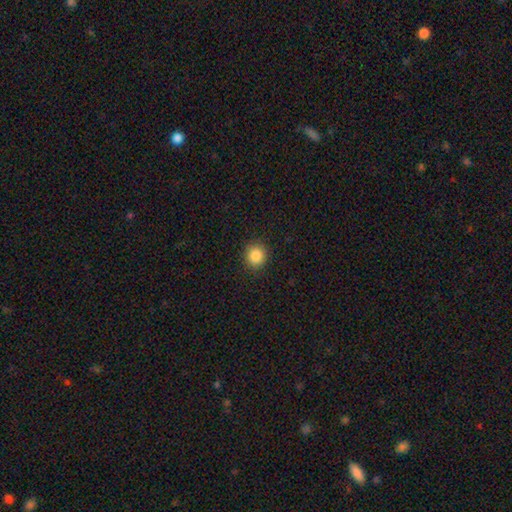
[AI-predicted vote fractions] A smooth galaxy with no disk features (86%) that is round (87%).

Vote fractions:
- Smooth or featured? smooth: 86% / star or artifact: 10% / featured or disk: 4%
- How rounded? round: 87% / in between: 12% / cigar-shaped: 1%
- Merging? none: 90% / minor disturbance: 7% / major disturbance: 2% / merger: 1%